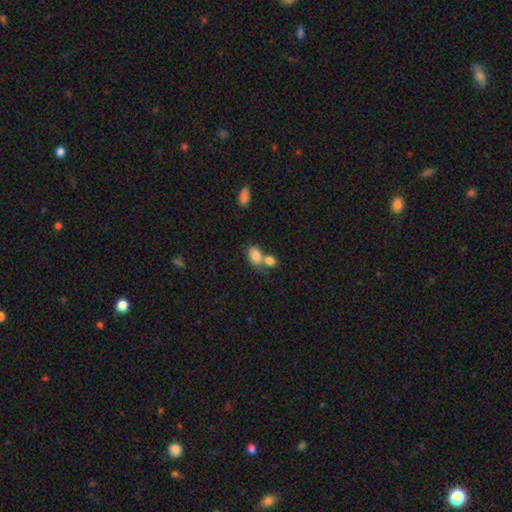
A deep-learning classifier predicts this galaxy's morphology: A smooth galaxy with no disk features (84%) that is in between round and cigar-shaped (79%).

Vote fractions:
- Smooth or featured? smooth: 84% / star or artifact: 8% / featured or disk: 8%
- How rounded? in between: 79% / round: 20% / cigar-shaped: 1%
- Merging? merger: 52% / none: 34% / minor disturbance: 10% / major disturbance: 4%